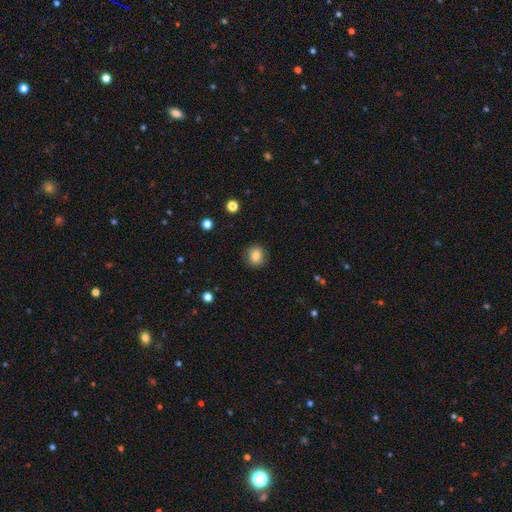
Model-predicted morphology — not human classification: smooth 83%, star or artifact 10%, featured or disk 7%. Down the decision tree: how rounded — round (86%); merging — none (89%).